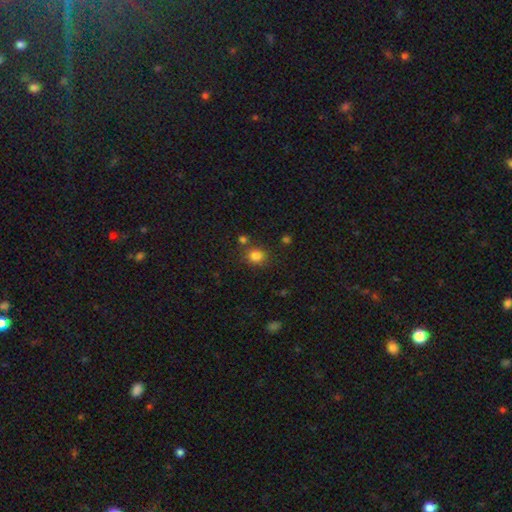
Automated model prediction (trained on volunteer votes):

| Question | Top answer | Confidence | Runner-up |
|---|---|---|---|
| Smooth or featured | smooth | 83% | star or artifact (12%) |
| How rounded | round | 77% | in between (23%) |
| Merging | none | 76% | minor disturbance (11%) |